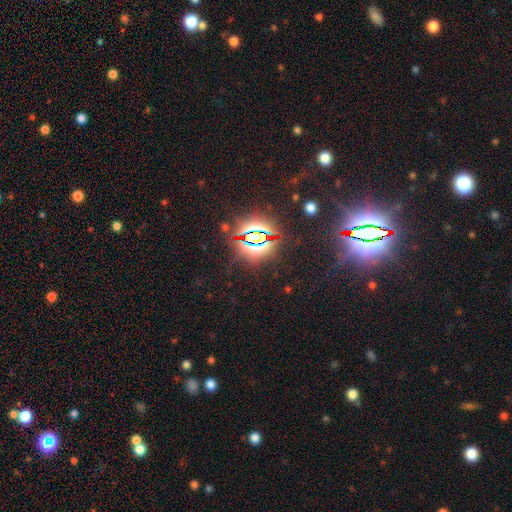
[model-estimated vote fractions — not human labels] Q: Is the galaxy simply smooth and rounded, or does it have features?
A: star or artifact — 85%.